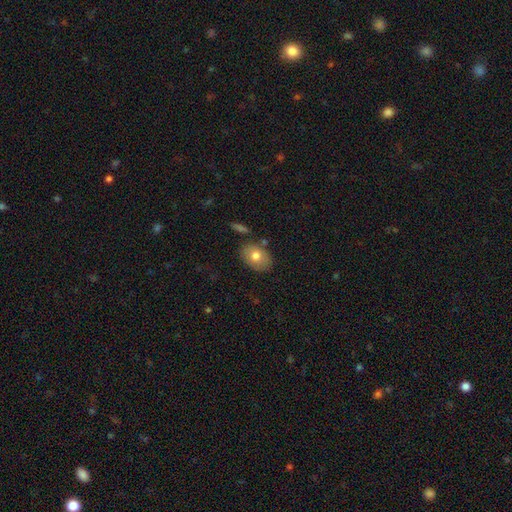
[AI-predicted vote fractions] Smooth or featured?
  - smooth: 73% *
  - featured or disk: 20%
  - star or artifact: 7%
How rounded?
  - in between: 77% *
  - round: 22%
  - cigar-shaped: 1%
Merging?
  - none: 78% *
  - minor disturbance: 13%
  - merger: 5%
  - major disturbance: 3%